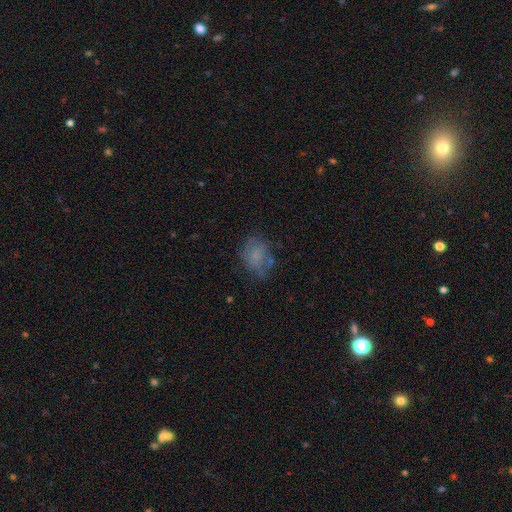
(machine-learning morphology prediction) Smooth or featured? Predicted: smooth (p=0.67). How rounded? Predicted: in between (p=0.64). Merging? Predicted: none (p=0.57).